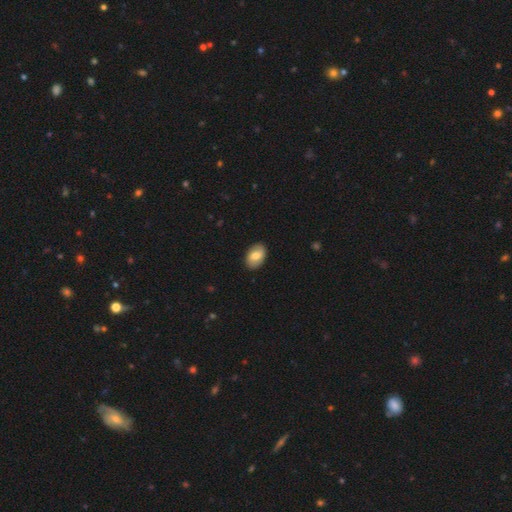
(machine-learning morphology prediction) smooth 69%, featured or disk 25%, star or artifact 7%. Down the decision tree: how rounded — in between (89%); merging — none (88%).